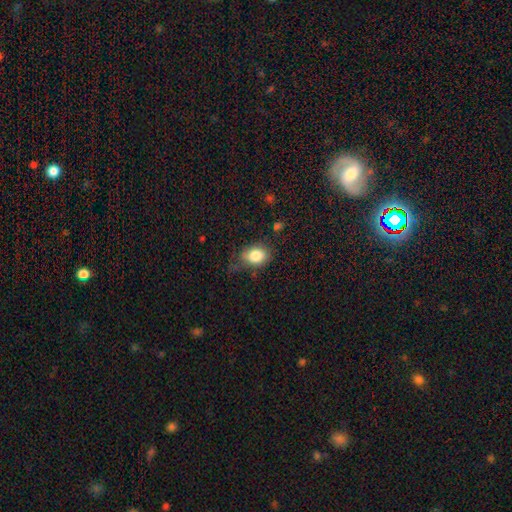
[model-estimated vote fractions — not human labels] smooth-or-featured: smooth: 82% | featured or disk: 9% | star or artifact: 8%
  how-rounded: in between: 71% | round: 28% | cigar-shaped: 1%
  merging: none: 62% | minor disturbance: 26% | major disturbance: 9% | merger: 2%